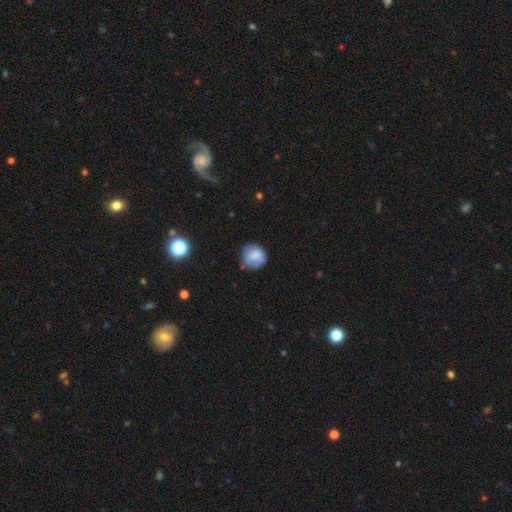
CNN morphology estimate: This is likely a smooth galaxy (71%). How rounded: clearly round (82%). Merging: possibly none (54%).